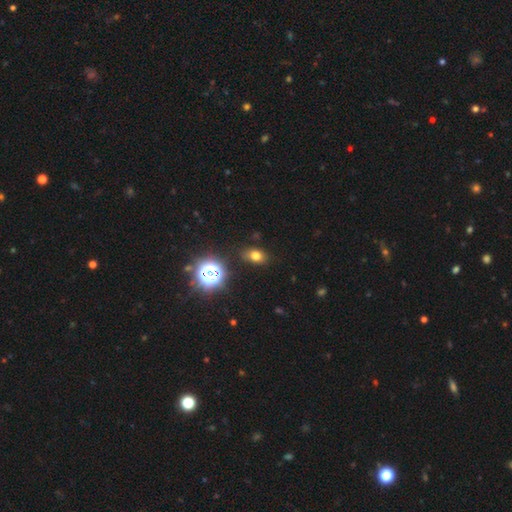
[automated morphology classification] This appears to be a smooth galaxy with no disk features (70%) that is in between round and cigar-shaped (70%). Merging: none (83%).